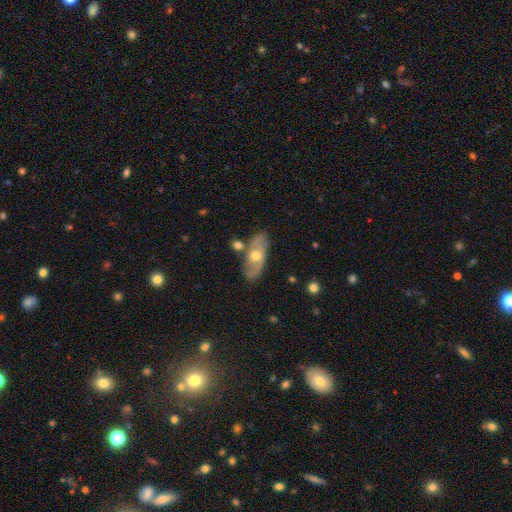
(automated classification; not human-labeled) This appears to be a featured or disk galaxy (60%). Merging: none (77%).